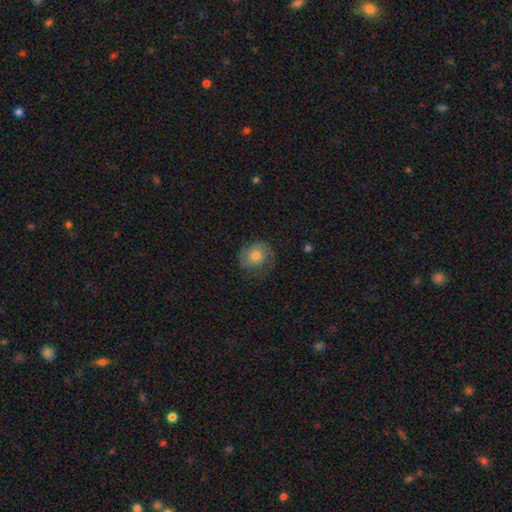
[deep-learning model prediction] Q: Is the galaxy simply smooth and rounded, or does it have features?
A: smooth — 49%.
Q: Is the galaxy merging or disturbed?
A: none — 63%.